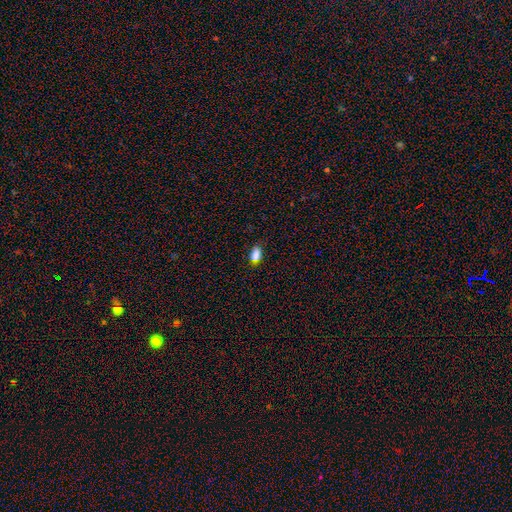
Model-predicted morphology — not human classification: Smooth or featured? smooth (81%)
How rounded? in between (87%)
Merging? none (79%)